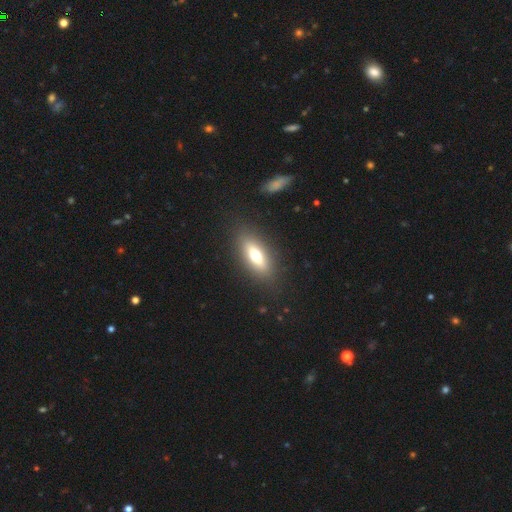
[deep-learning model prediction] smooth 62%, featured or disk 30%, star or artifact 8%. Down the decision tree: how rounded — in between (69%); merging — none (86%).